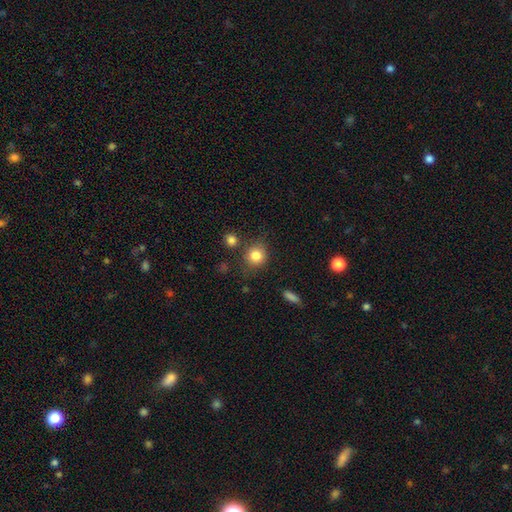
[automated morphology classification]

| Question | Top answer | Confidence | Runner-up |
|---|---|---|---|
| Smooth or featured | smooth | 83% | star or artifact (11%) |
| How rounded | round | 84% | in between (15%) |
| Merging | none | 76% | minor disturbance (13%) |